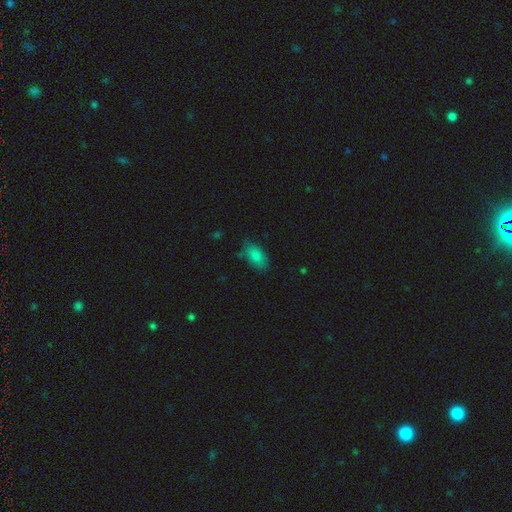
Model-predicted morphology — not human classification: Smooth or featured: smooth — 82% (featured or disk — 9%)
How rounded: in between — 90% (round — 5%)
Merging: none — 71% (minor disturbance — 22%)